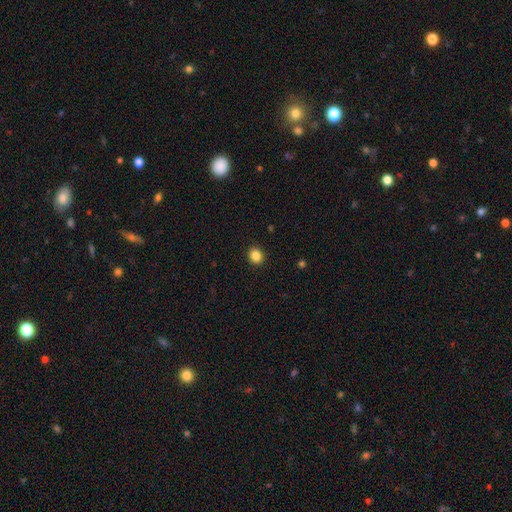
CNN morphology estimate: This appears to be a smooth galaxy with no disk features (85%) that is round (75%). Merging: none (92%).